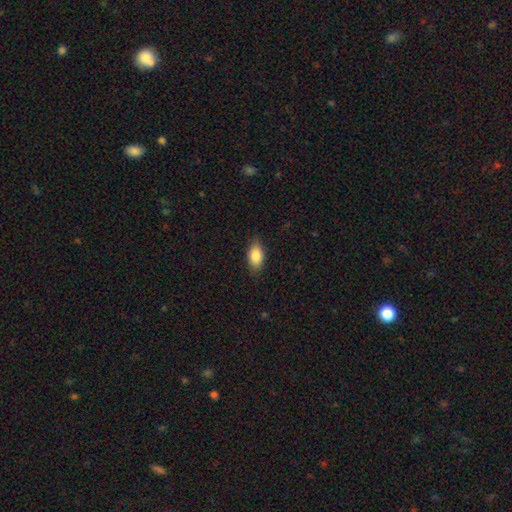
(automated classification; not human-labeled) Smooth or featured?
  - smooth: 84% *
  - featured or disk: 9%
  - star or artifact: 7%
How rounded?
  - in between: 89% *
  - cigar-shaped: 6%
  - round: 5%
Merging?
  - none: 83% *
  - minor disturbance: 14%
  - major disturbance: 3%
  - merger: 1%